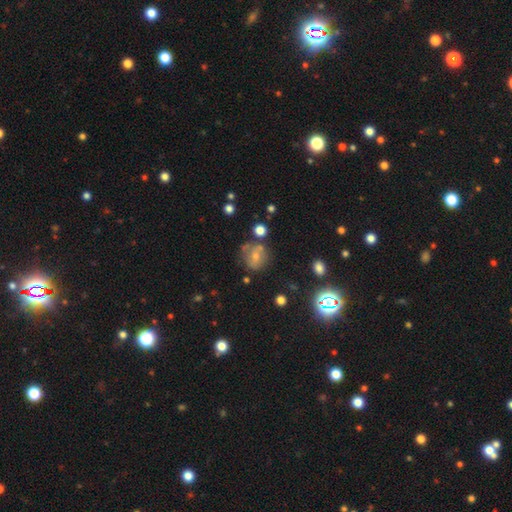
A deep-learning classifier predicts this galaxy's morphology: This appears to be a smooth galaxy with no disk features (58%) that is round (74%). Merging: none (60%).